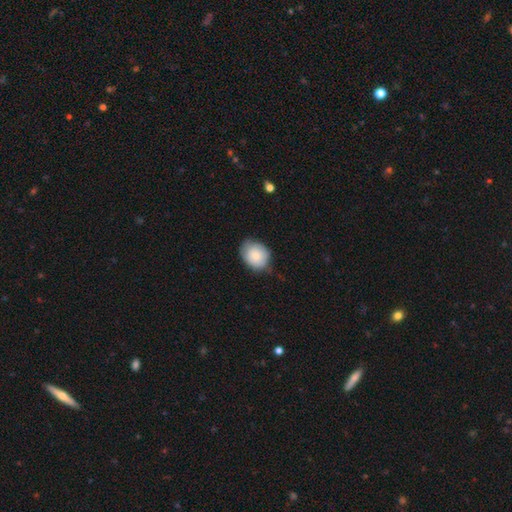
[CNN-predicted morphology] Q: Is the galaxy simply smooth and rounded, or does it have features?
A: smooth — 80%.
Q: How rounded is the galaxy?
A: round — 56%.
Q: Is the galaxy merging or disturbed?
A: none — 66%.